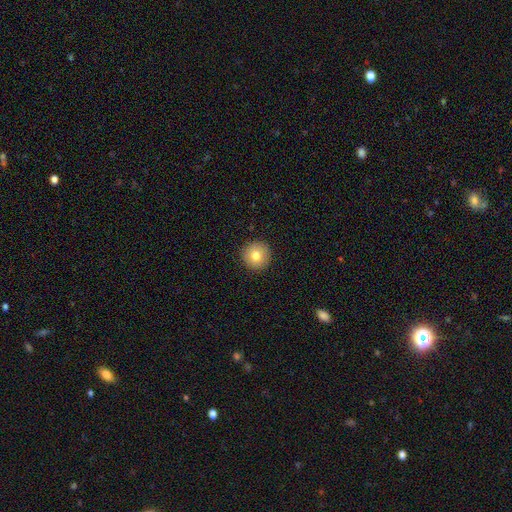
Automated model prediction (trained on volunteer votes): Overall: smooth (79%). How rounded: round (95%). Merging: none (92%).